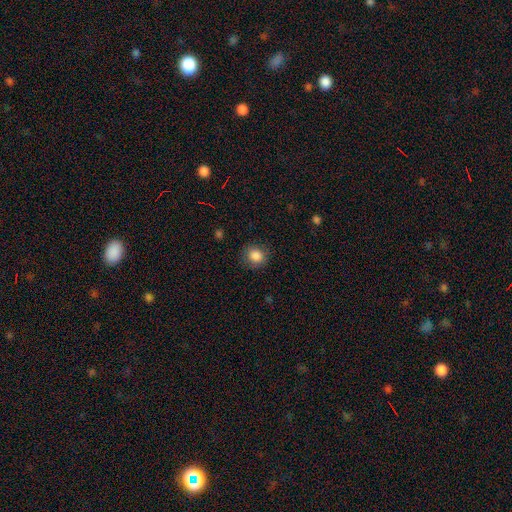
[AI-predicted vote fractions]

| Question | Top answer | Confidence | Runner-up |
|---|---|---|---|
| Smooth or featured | smooth | 86% | star or artifact (9%) |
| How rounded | round | 84% | in between (15%) |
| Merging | none | 85% | minor disturbance (10%) |